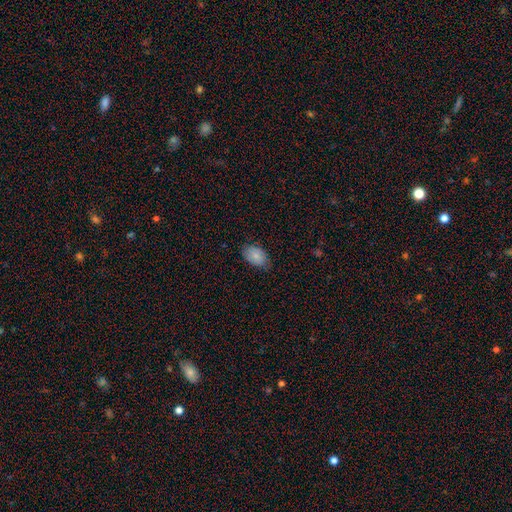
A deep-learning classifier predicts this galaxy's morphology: This appears to be a smooth galaxy with no disk features (83%) that is in between round and cigar-shaped (91%). Merging: none (76%).